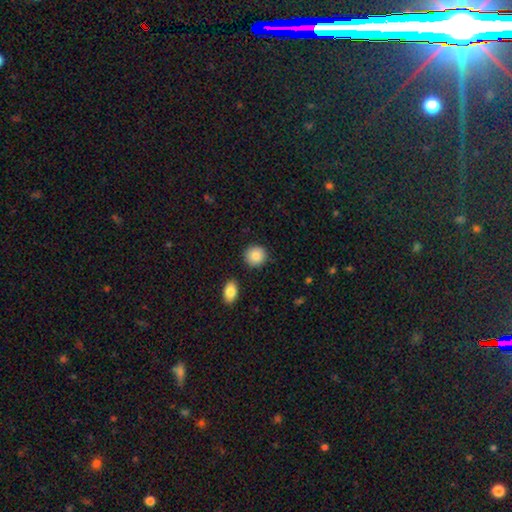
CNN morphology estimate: The model was most divided on "how rounded": round: 89%, in between: 10%, cigar-shaped: 1%. More confident: merging — none (89%); smooth or featured — smooth (87%).